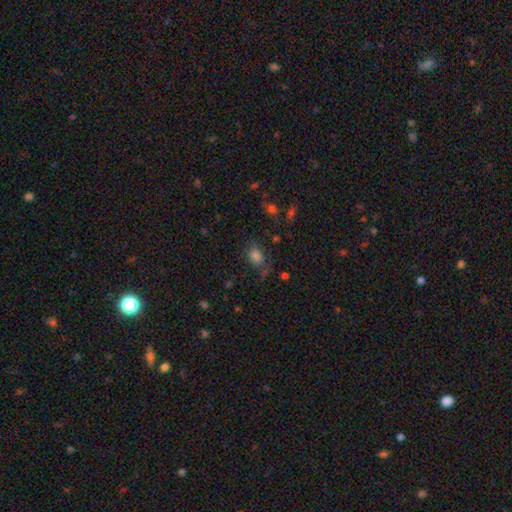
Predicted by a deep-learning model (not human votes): Smooth or featured?
  - smooth: 74% *
  - star or artifact: 17%
  - featured or disk: 9%
How rounded?
  - in between: 64% *
  - round: 35%
  - cigar-shaped: 2%
Merging?
  - none: 62% *
  - minor disturbance: 21%
  - major disturbance: 12%
  - merger: 5%